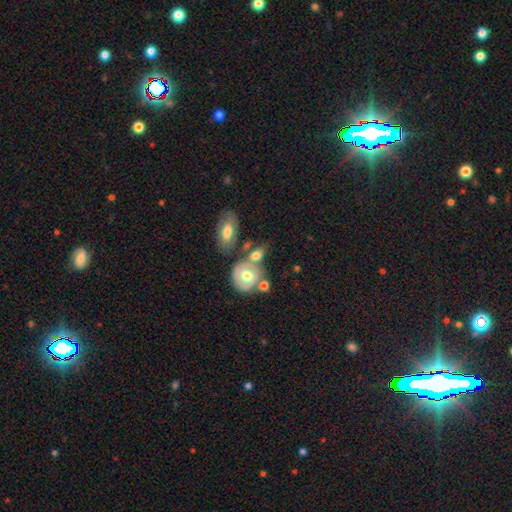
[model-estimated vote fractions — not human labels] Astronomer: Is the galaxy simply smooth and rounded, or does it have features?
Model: smooth — 57% (runner-up: featured or disk, 36%).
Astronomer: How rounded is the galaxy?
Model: in between — 50% (runner-up: round, 47%).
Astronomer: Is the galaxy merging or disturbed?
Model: none — 43% (runner-up: merger, 32%).